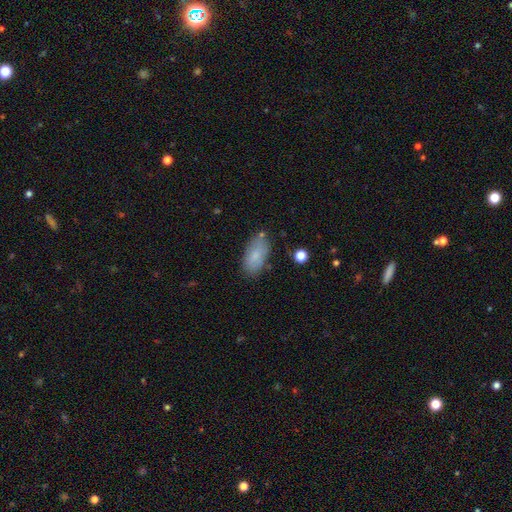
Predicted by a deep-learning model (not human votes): Morphology: type=smooth (80%); roundness=in between (91%); merging=none (75%).